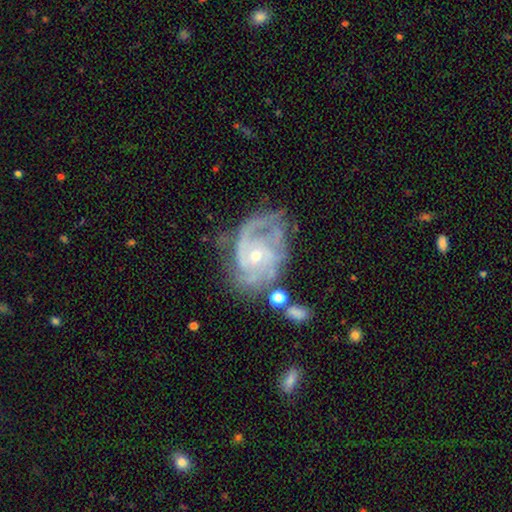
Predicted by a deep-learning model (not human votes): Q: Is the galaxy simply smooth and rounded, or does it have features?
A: featured or disk — 87%.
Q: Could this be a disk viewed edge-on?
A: no — 97%.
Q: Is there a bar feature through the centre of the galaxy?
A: no — 66%.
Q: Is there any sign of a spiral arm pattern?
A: yes — 95%.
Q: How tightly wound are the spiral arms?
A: tight — 50%.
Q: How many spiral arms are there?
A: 2 — 28%, tied with 3.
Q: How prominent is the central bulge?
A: small — 57%.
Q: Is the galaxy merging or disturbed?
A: none — 54%.